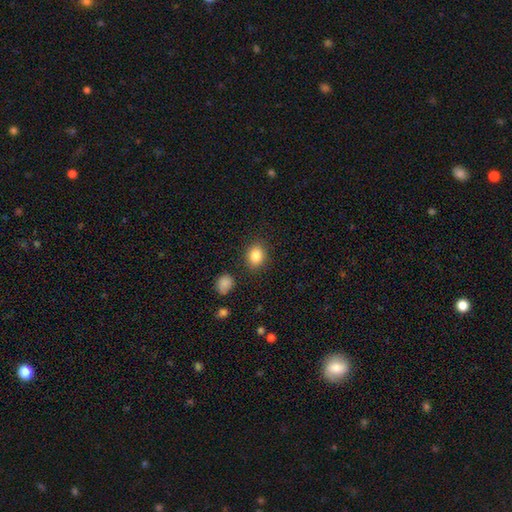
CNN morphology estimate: Q: Smooth or featured?
A: smooth (85%); runner-up: star or artifact (10%)
Q: How rounded?
A: round (50%); runner-up: in between (49%)
Q: Merging?
A: none (85%); runner-up: minor disturbance (9%)